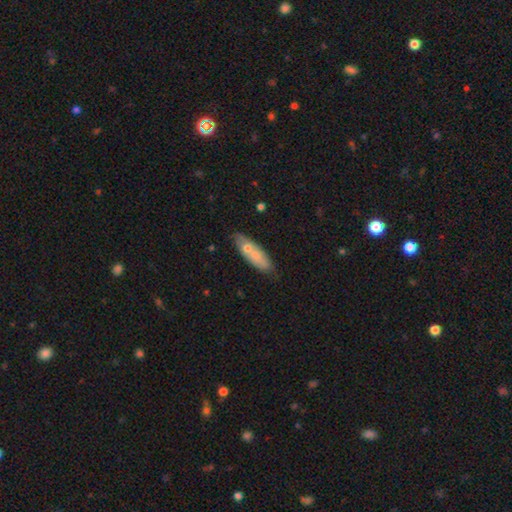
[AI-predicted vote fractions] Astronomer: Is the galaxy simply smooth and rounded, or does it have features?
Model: smooth — 67%.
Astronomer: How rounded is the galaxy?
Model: in between — 56% (runner-up: cigar-shaped, 42%).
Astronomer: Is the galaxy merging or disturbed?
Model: none — 65%.